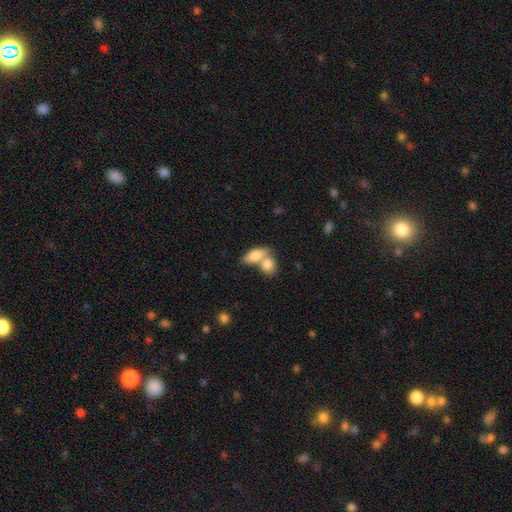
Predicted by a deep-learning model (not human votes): smooth 79%, featured or disk 15%, star or artifact 6%. Down the decision tree: how rounded — in between (80%); merging — merger (62%).